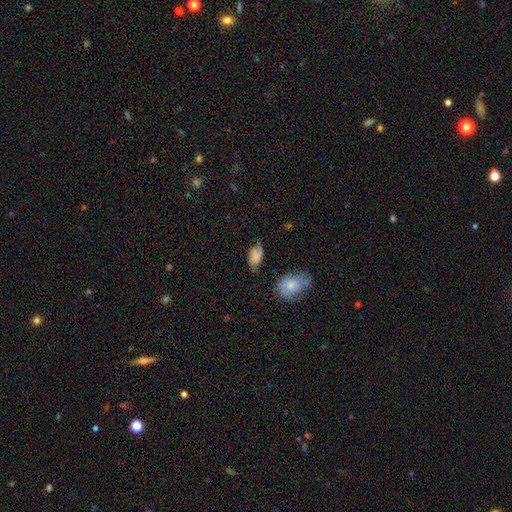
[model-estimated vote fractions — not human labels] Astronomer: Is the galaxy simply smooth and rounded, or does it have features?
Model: smooth — 61%.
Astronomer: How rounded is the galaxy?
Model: in between — 89%.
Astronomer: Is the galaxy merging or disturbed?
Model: none — 51% (runner-up: minor disturbance, 31%).